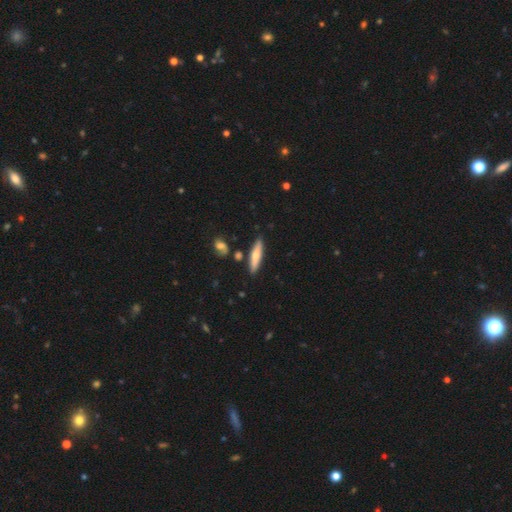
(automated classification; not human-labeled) Overall: smooth (63%; featured or disk 31%). How rounded: cigar-shaped (80%). Merging: none (83%).